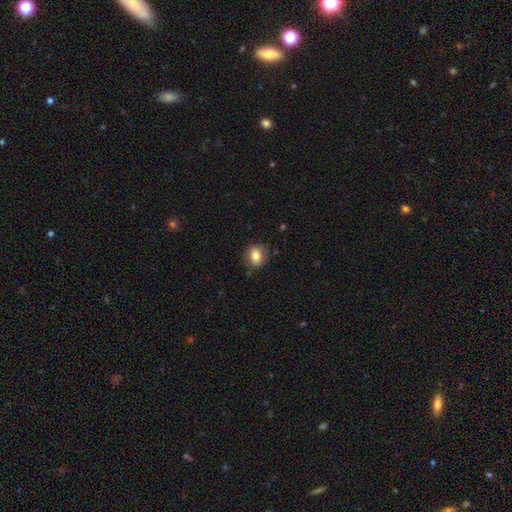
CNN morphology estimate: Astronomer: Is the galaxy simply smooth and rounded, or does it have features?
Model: smooth — 81%.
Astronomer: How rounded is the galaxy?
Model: round — 63%.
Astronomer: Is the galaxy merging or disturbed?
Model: none — 81%.